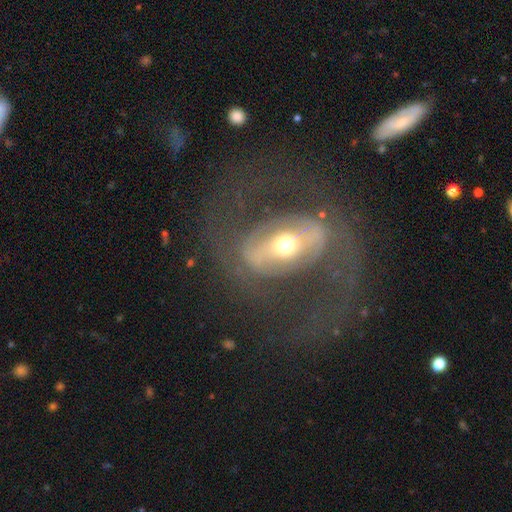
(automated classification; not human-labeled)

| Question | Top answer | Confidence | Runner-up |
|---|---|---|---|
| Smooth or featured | featured or disk | 76% | smooth (17%) |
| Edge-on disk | no | 93% | yes (7%) |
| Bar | strong | 47% | weak (29%) |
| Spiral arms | yes | 61% | no (39%) |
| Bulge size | moderate | 69% | small (18%) |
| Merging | none | 63% | major disturbance (22%) |